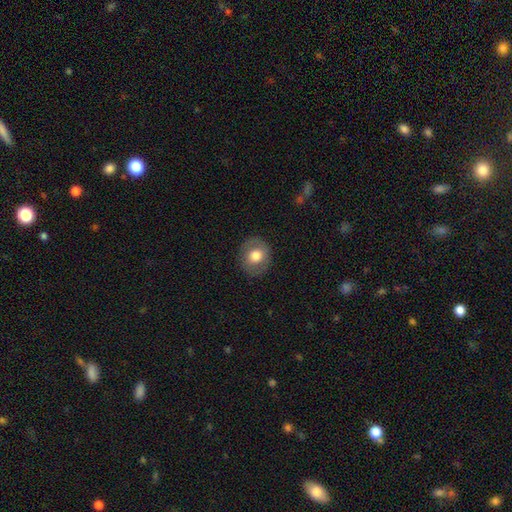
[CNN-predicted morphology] smooth 68%, featured or disk 24%, star or artifact 8%. Down the decision tree: how rounded — round (72%); merging — none (85%).